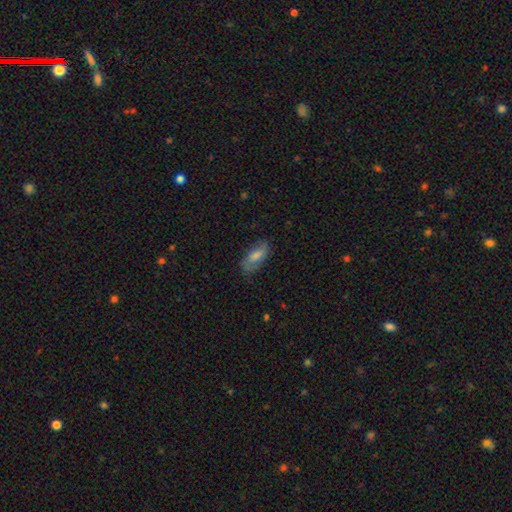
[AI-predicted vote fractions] Overall: smooth (57%; featured or disk 34%). How rounded: in between (79%). Merging: none (77%).